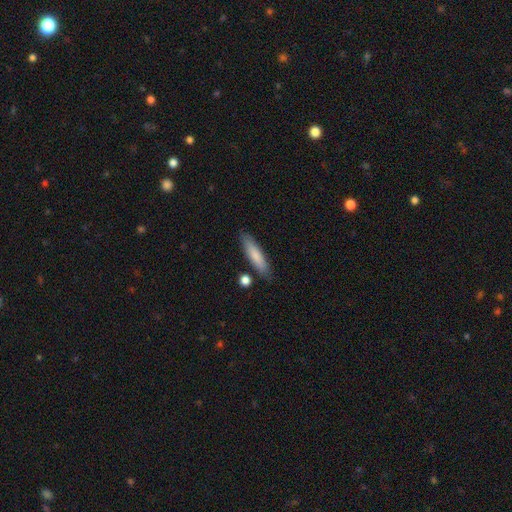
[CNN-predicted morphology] Q: Smooth or featured?
A: smooth (79%); runner-up: featured or disk (15%)
Q: How rounded?
A: cigar-shaped (78%); runner-up: in between (20%)
Q: Merging?
A: none (83%); runner-up: minor disturbance (11%)